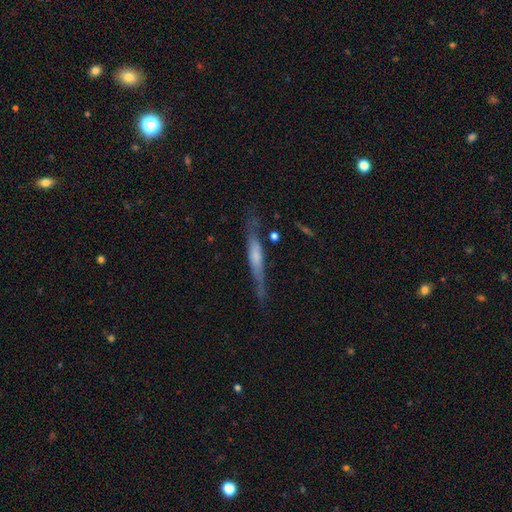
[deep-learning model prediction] smooth_or_featured: featured or disk (p=0.54) [alt: smooth p=0.39]
disk_edge_on: yes (p=0.88) [alt: no p=0.12]
merging: none (p=0.68) [alt: minor disturbance p=0.22]